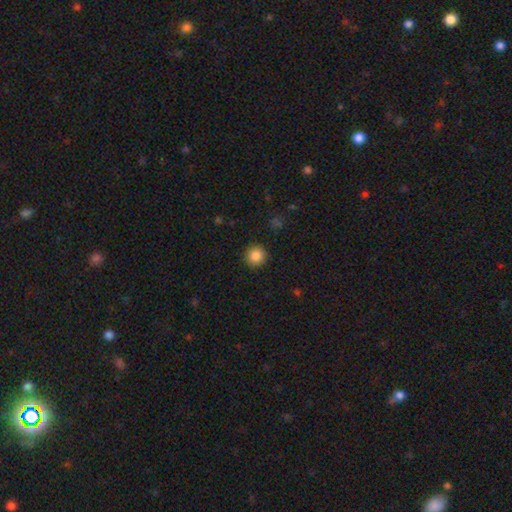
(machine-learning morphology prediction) type=smooth (86%); roundness=round (94%); merging=none (91%).